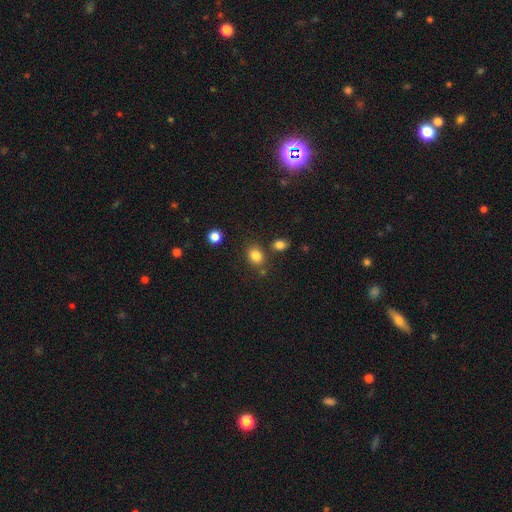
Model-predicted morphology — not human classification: Smooth or featured: smooth — 84% (star or artifact — 11%)
How rounded: in between — 54% (round — 45%)
Merging: none — 76% (minor disturbance — 12%)